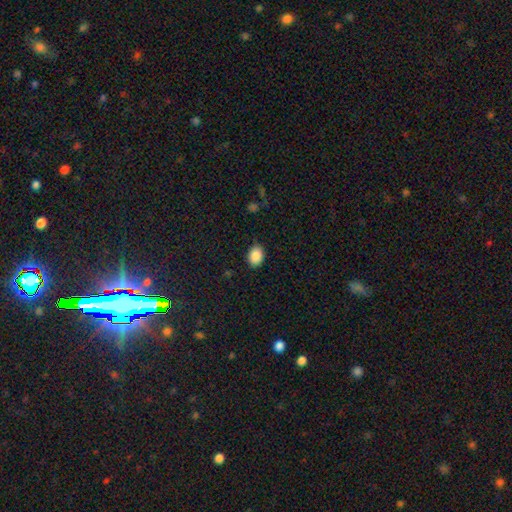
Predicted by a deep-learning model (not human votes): A smooth galaxy with no disk features (88%) that is in between round and cigar-shaped (72%). Merging: none (85%).